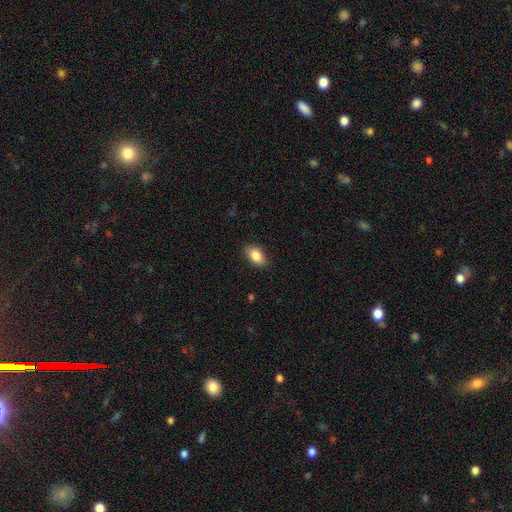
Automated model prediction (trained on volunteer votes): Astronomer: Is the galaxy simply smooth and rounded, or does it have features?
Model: smooth — 86%.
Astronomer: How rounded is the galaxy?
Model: in between — 90%.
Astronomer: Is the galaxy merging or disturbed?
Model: none — 87%.